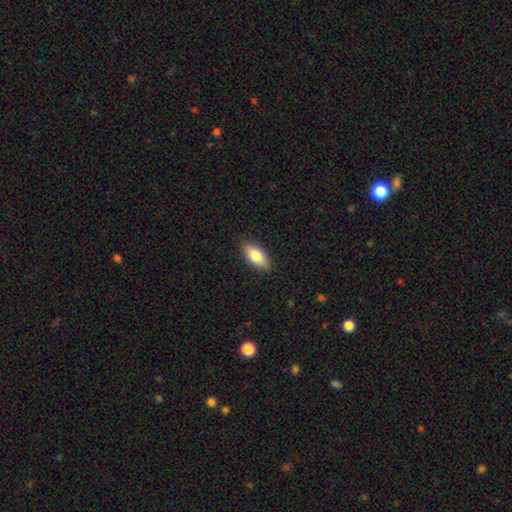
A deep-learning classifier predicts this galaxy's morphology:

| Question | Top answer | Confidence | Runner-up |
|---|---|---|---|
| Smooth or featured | smooth | 81% | featured or disk (13%) |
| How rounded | in between | 88% | cigar-shaped (9%) |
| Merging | none | 87% | minor disturbance (10%) |